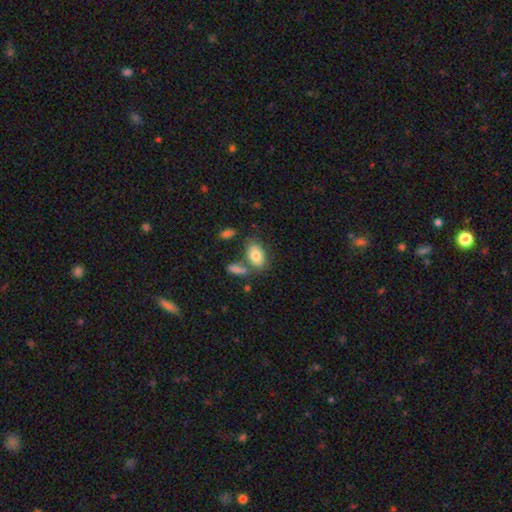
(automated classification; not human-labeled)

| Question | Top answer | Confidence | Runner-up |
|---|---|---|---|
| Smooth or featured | smooth | 79% | featured or disk (15%) |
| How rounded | in between | 91% | round (7%) |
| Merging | none | 61% | merger (19%) |